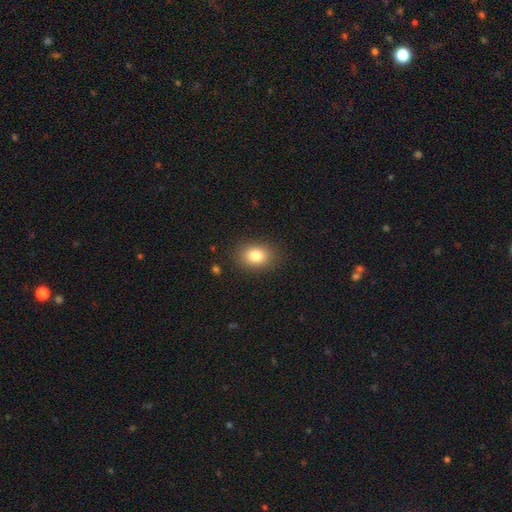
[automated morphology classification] Overall: smooth (82%). How rounded: in between (65%; round 34%). Merging: none (87%).